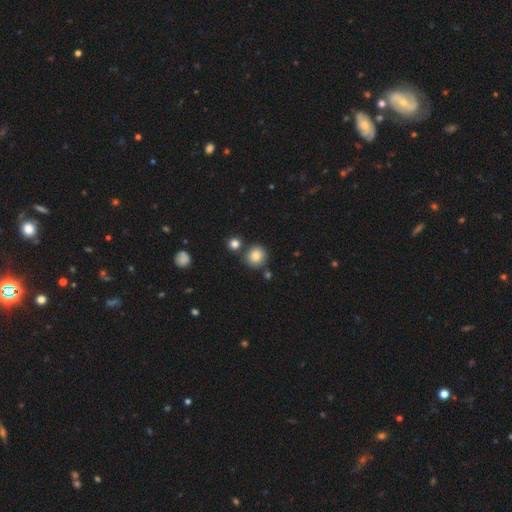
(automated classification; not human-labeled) The model was most divided on "merging": none: 78%, merger: 11%, minor disturbance: 9%, major disturbance: 3%. More confident: how rounded — round (90%); smooth or featured — smooth (83%).